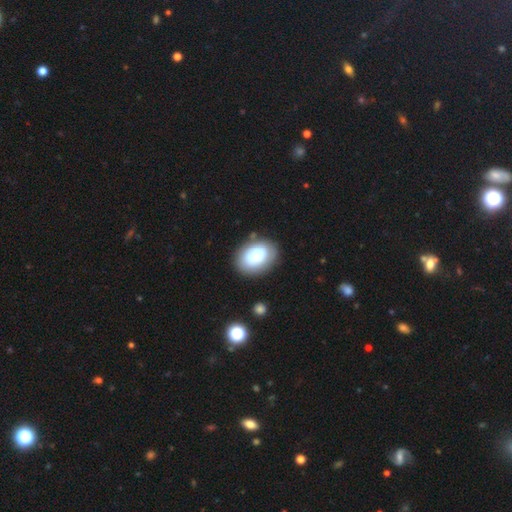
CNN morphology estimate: This appears to be a smooth galaxy with no disk features (77%) that is in between round and cigar-shaped (75%). Merging: none (71%).